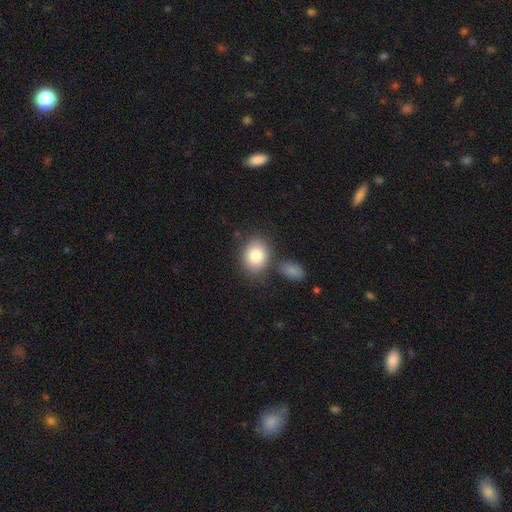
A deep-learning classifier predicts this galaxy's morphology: Smooth or featured: smooth — 84% (featured or disk — 9%)
How rounded: in between — 59% (round — 40%)
Merging: none — 67% (merger — 15%)